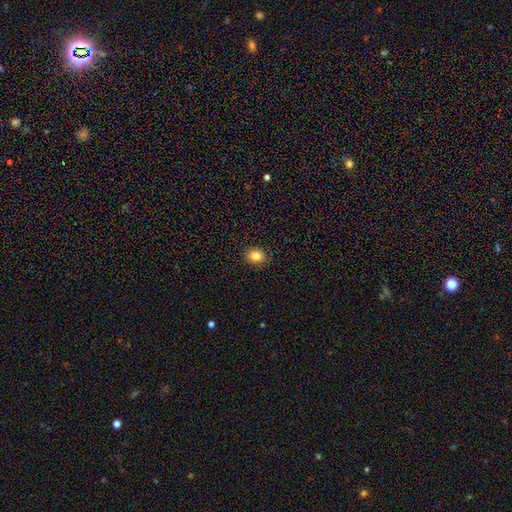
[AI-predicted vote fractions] The model was most divided on "how rounded": round: 58%, in between: 41%, cigar-shaped: 1%. More confident: merging — none (90%); smooth or featured — smooth (84%).